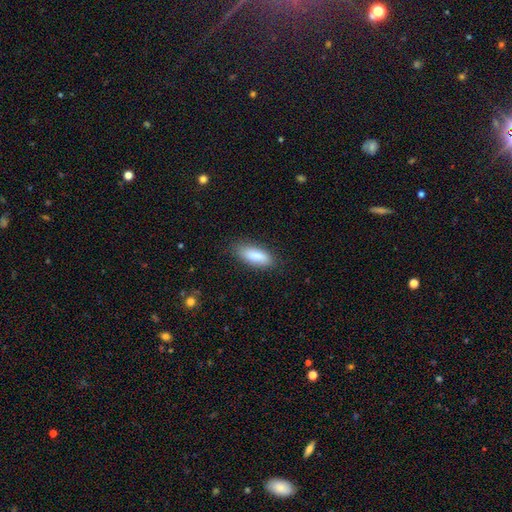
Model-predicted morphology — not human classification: Overall: smooth (86%). How rounded: in between (71%). Merging: none (81%).